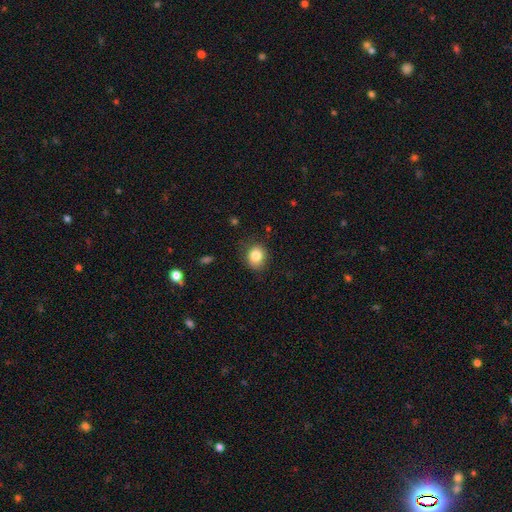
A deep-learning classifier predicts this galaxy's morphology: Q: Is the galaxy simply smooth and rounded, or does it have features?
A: smooth — 84%.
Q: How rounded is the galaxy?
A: round — 67%.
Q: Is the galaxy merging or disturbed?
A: none — 81%.